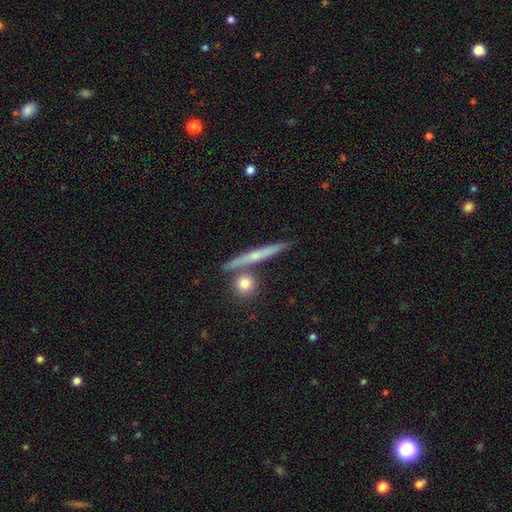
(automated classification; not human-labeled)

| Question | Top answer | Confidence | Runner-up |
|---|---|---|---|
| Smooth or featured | featured or disk | 52% | smooth (40%) |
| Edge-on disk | yes | 94% | no (6%) |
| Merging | none | 79% | merger (10%) |